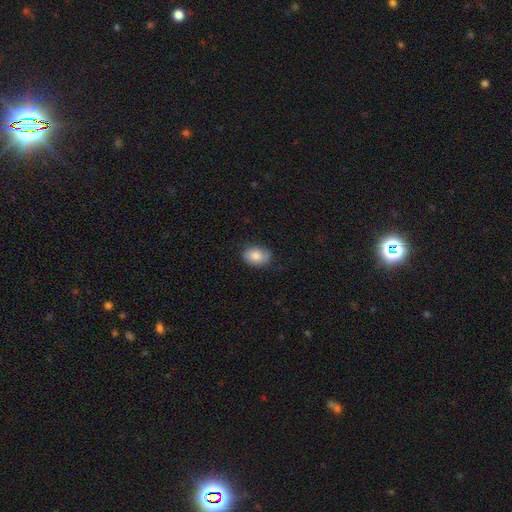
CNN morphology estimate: This is clearly a smooth galaxy (82%). How rounded: likely in between (75%). Merging: likely none (75%).